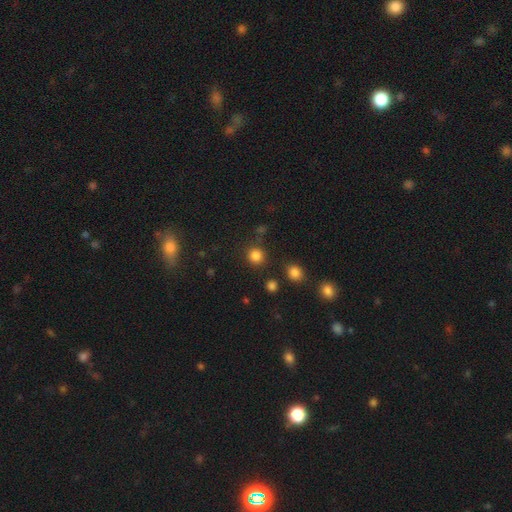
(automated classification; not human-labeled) This is clearly a smooth galaxy (83%). How rounded: clearly round (92%). Merging: clearly none (84%).